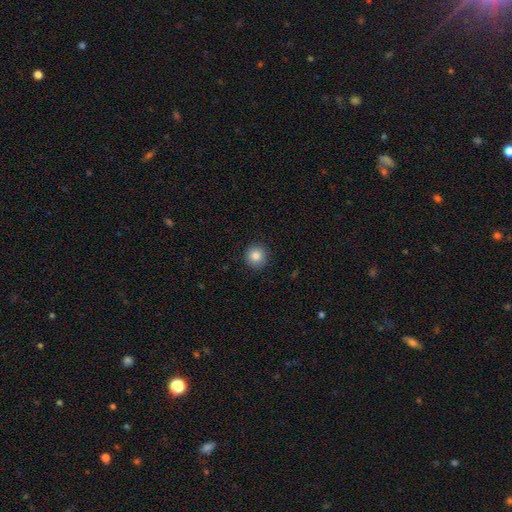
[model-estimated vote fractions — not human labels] Smooth or featured: smooth — 85% (star or artifact — 10%)
How rounded: round — 92% (in between — 7%)
Merging: none — 91% (minor disturbance — 6%)